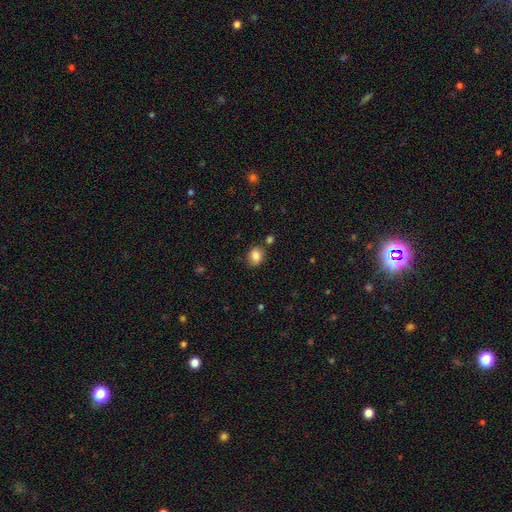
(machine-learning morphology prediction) The model was most divided on "how rounded": in between: 55%, round: 44%, cigar-shaped: 1%. More confident: smooth or featured — smooth (85%); merging — none (74%).